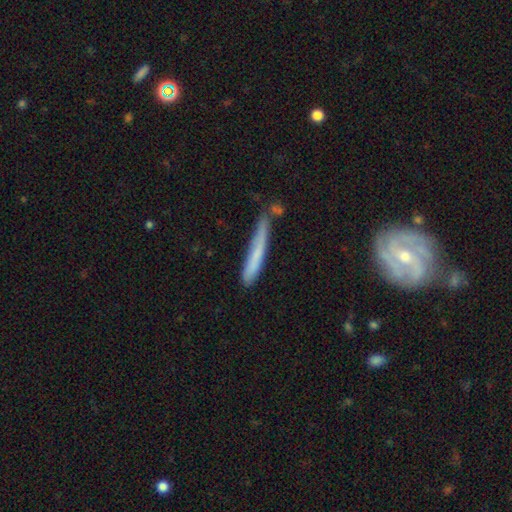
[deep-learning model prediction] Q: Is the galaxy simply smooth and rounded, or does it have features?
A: smooth — 66%.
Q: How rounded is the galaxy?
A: cigar-shaped — 95%.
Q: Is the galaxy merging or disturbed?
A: none — 60%.